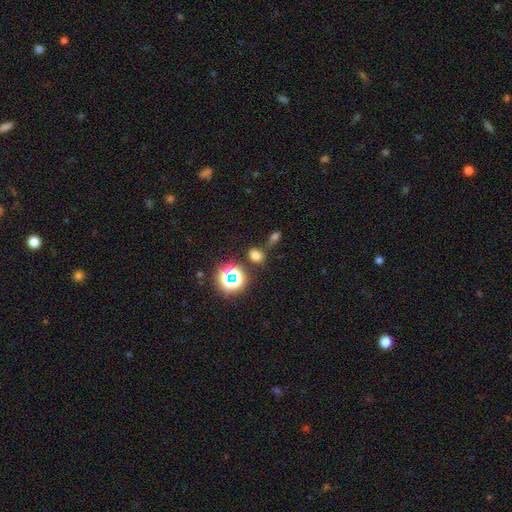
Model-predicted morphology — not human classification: Smooth or featured: smooth — 67% (star or artifact — 26%)
How rounded: in between — 56% (round — 42%)
Merging: none — 70% (merger — 14%)